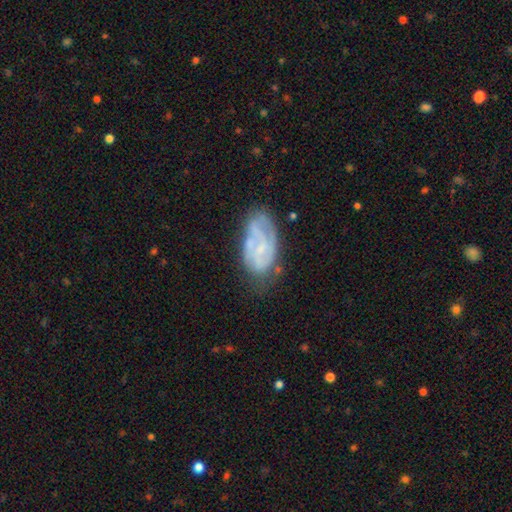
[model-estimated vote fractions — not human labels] A featured or disk galaxy (68%) with no bar (55%), spiral arms (76%) and a small central bulge (50%). Merging: none (49%).